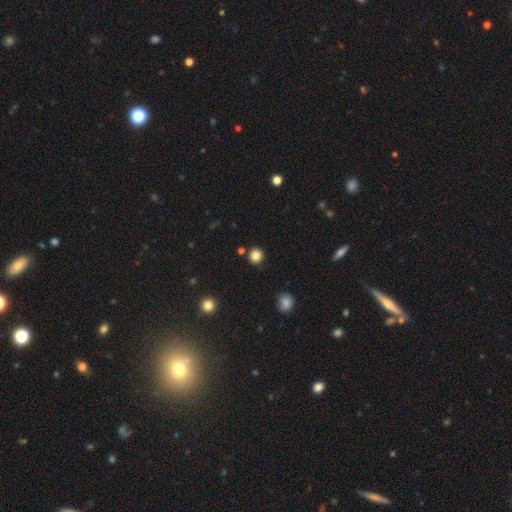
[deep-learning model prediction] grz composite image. It shows a smooth galaxy with no disk features (84%) that is round (93%). Merging: none (88%).